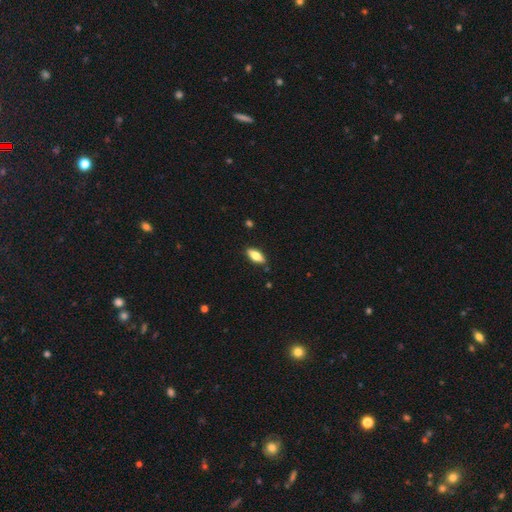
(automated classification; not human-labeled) Overall: smooth (69%). How rounded: in between (75%). Merging: none (85%).